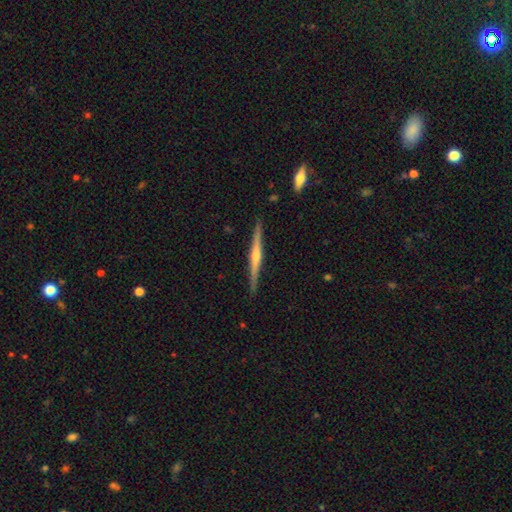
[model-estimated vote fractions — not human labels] A featured or disk galaxy (74%) viewed edge-on (98%) with a rounded central bulge (81%).

Vote fractions:
- Smooth or featured? featured or disk: 74% / smooth: 20% / star or artifact: 5%
- Edge-on disk? yes: 98% / no: 2%
- Edge-on bulge? rounded: 81% / none: 13% / boxy: 6%
- Merging? none: 91% / minor disturbance: 7% / major disturbance: 1% / merger: 1%